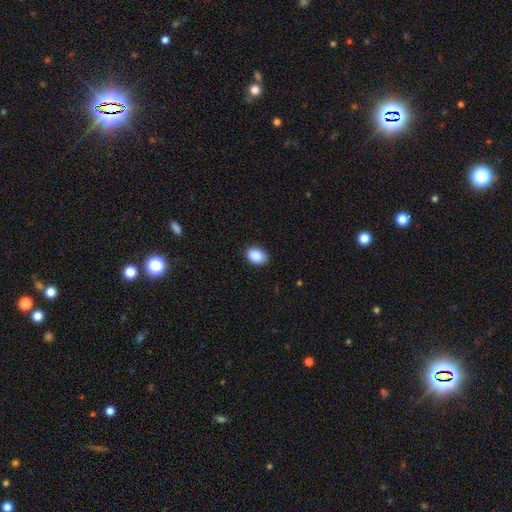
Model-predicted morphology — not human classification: Q: Smooth or featured?
A: smooth (90%); runner-up: star or artifact (7%)
Q: How rounded?
A: in between (79%); runner-up: round (20%)
Q: Merging?
A: none (87%); runner-up: minor disturbance (10%)